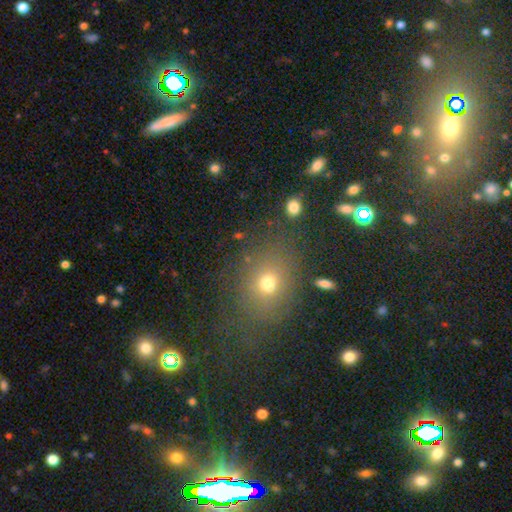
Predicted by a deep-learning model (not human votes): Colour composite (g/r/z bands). It shows a smooth galaxy with no disk features (52%) that is round (51%). Merging: none (83%).